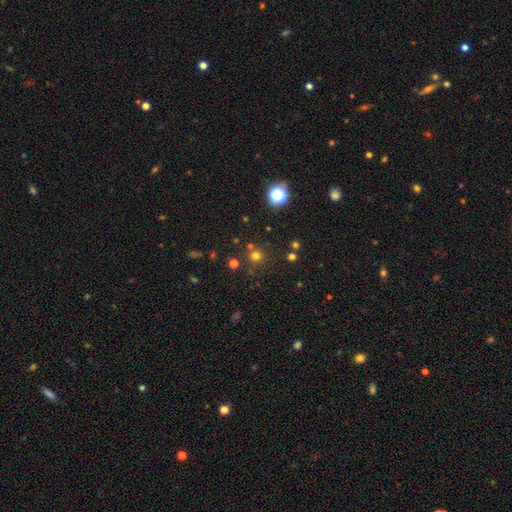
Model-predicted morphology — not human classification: Overall: smooth (67%). How rounded: round (94%). Merging: none (82%).